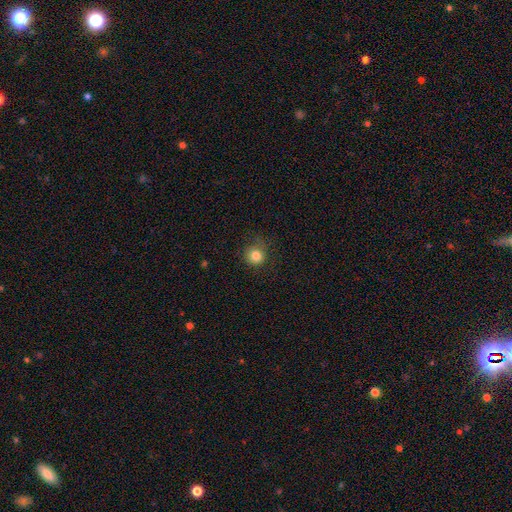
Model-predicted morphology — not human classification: Smooth or featured?
  - smooth: 82% *
  - star or artifact: 12%
  - featured or disk: 6%
How rounded?
  - round: 90% *
  - in between: 9%
  - cigar-shaped: 1%
Merging?
  - none: 74% *
  - minor disturbance: 19%
  - major disturbance: 7%
  - merger: 1%